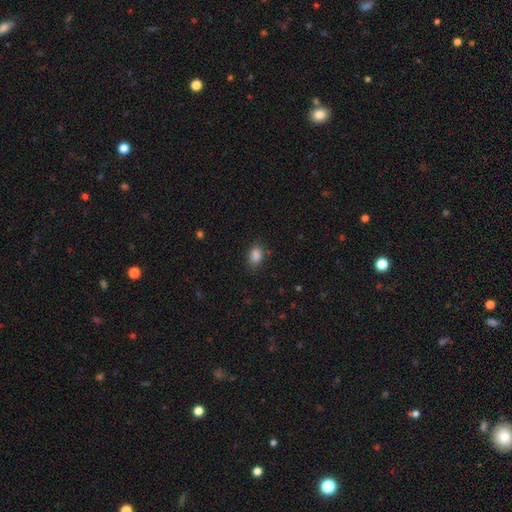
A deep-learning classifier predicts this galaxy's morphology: Smooth or featured? Predicted: smooth (p=0.87). How rounded? Predicted: in between (p=0.83). Merging? Predicted: none (p=0.80).